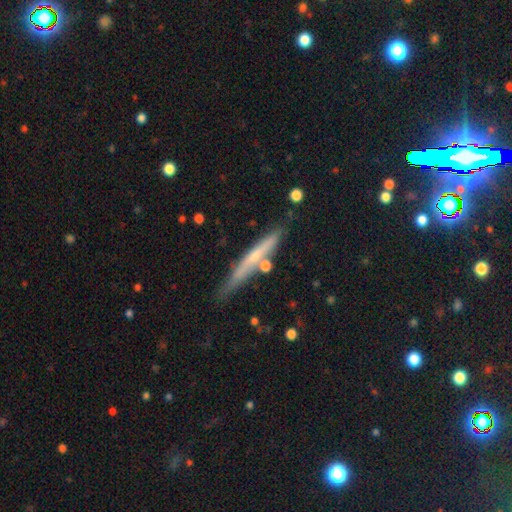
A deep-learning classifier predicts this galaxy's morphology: A featured or disk galaxy (48%).

Vote fractions:
- Smooth or featured? featured or disk: 48% / smooth: 45% / star or artifact: 7%
- Merging? none: 74% / minor disturbance: 15% / merger: 7% / major disturbance: 3%